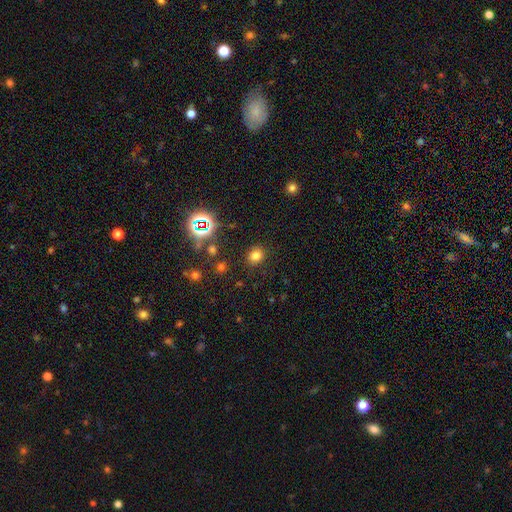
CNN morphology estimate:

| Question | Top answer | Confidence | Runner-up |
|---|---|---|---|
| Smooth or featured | smooth | 74% | star or artifact (19%) |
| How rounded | round | 64% | in between (35%) |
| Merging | none | 85% | minor disturbance (9%) |